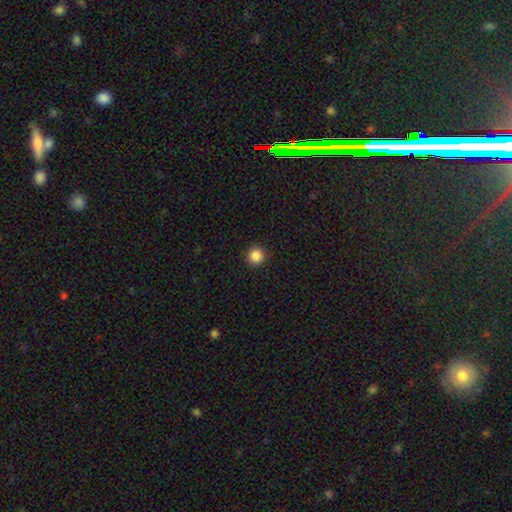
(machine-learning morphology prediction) type=smooth (87%); roundness=round (95%); merging=none (92%).